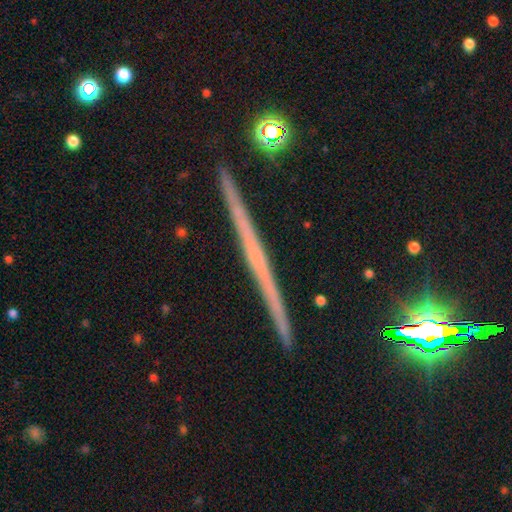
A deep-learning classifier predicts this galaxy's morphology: Q: Smooth or featured?
A: featured or disk (68%); runner-up: smooth (20%)
Q: Edge-on disk?
A: yes (98%); runner-up: no (2%)
Q: Edge-on bulge?
A: none (83%); runner-up: rounded (12%)
Q: Merging?
A: none (92%); runner-up: minor disturbance (6%)